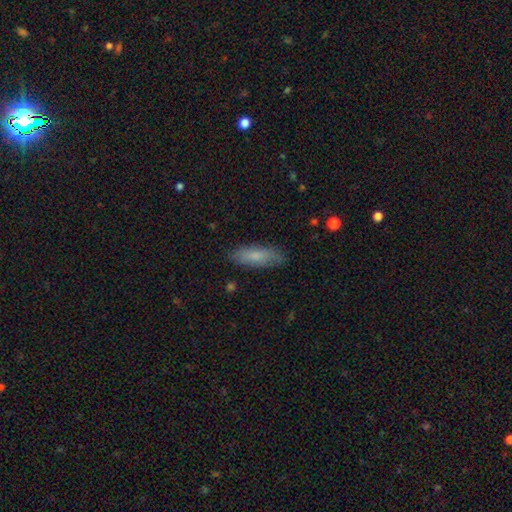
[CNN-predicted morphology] The model was most divided on "how rounded": in between: 53%, cigar-shaped: 45%, round: 2%. More confident: merging — none (83%); smooth or featured — smooth (79%).